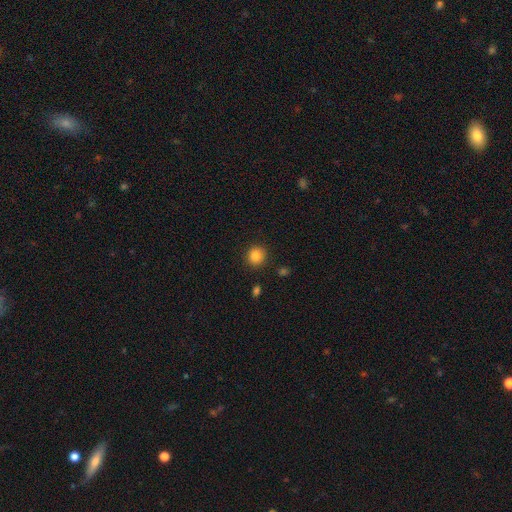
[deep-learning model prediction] The model was most divided on "smooth or featured": smooth: 85%, star or artifact: 10%, featured or disk: 5%. More confident: merging — none (90%); how rounded — round (90%).